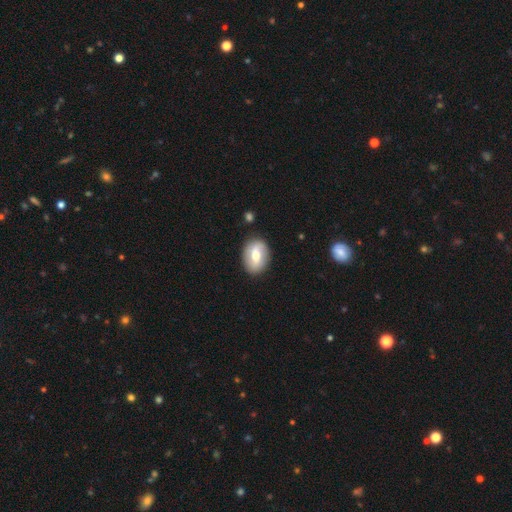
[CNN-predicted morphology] Smooth or featured? smooth (49%)
Merging? none (86%)